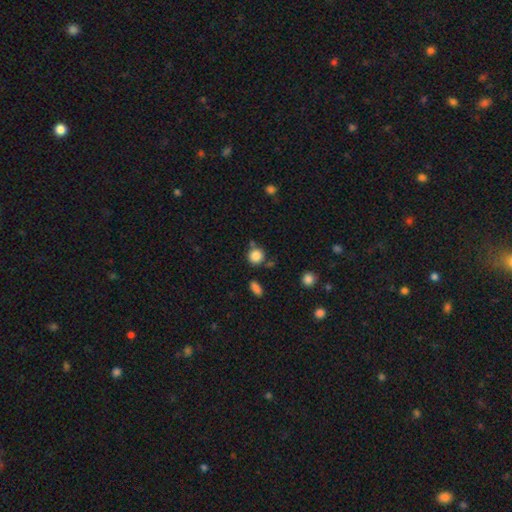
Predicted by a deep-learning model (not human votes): This appears to be a smooth galaxy with no disk features (85%) that is round (88%). Merging: none (75%).